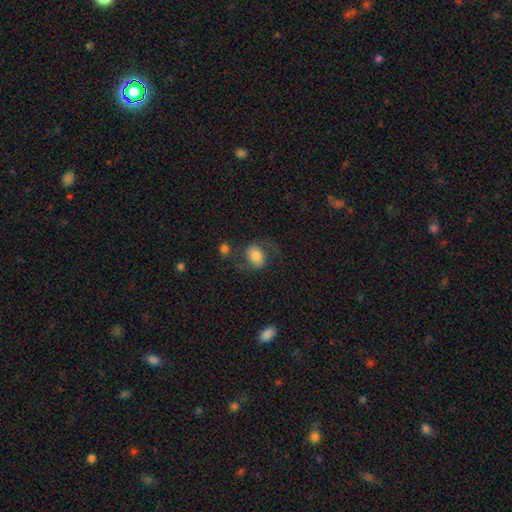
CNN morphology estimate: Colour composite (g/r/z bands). It shows a smooth galaxy with no disk features (61%) that is round (52%). Merging: none (57%).